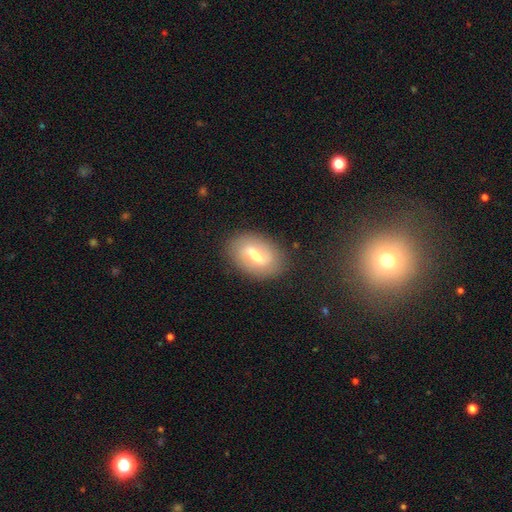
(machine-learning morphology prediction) Smooth or featured? featured or disk (59%)
Edge-on disk? no (93%)
Bar? weak (53%)
Spiral arms? yes (69%)
Bulge size? moderate (64%)
Merging? none (83%)